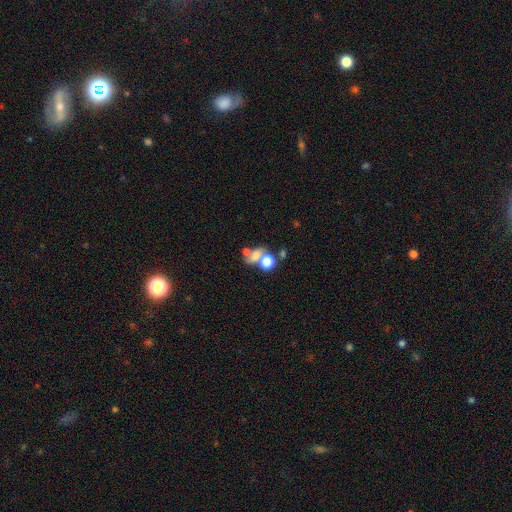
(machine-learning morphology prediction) Smooth or featured? smooth (63%)
How rounded? in between (53%)
Merging? merger (52%)